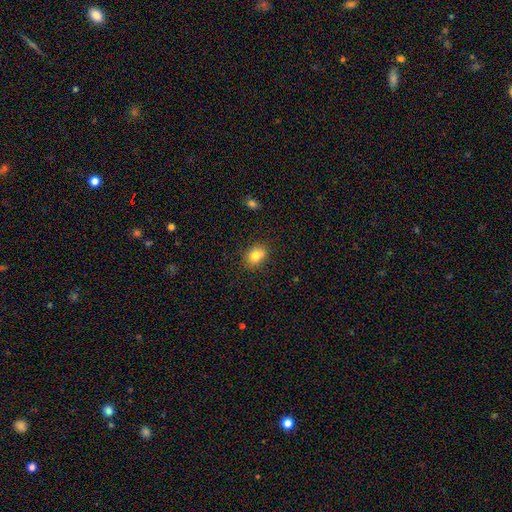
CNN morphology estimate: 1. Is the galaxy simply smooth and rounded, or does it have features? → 80% smooth, 10% star or artifact, 10% featured or disk.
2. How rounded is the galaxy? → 59% in between, 40% round, 1% cigar-shaped.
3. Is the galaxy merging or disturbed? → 76% none, 15% minor disturbance, 5% merger, 3% major disturbance.